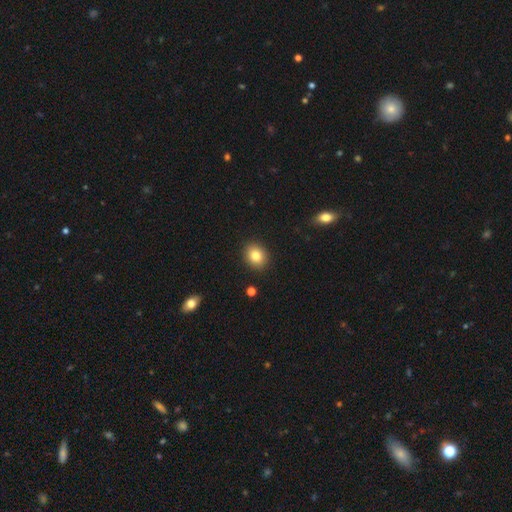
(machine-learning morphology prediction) Smooth or featured?
  - smooth: 83% *
  - star or artifact: 10%
  - featured or disk: 8%
How rounded?
  - round: 59% *
  - in between: 40%
  - cigar-shaped: 1%
Merging?
  - none: 90% *
  - minor disturbance: 7%
  - major disturbance: 2%
  - merger: 1%